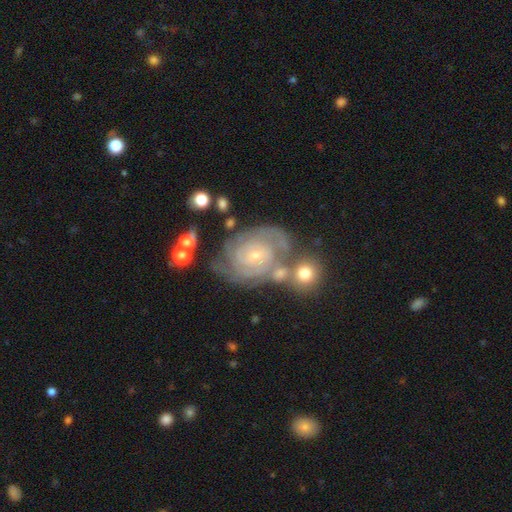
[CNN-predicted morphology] type=featured or disk (79%); edge-on=no (96%); bar=no (70%); spiral arms=yes (95%); winding=tight (73%); arm count=2 (36%); bulge=small (70%); merging=none (63%).